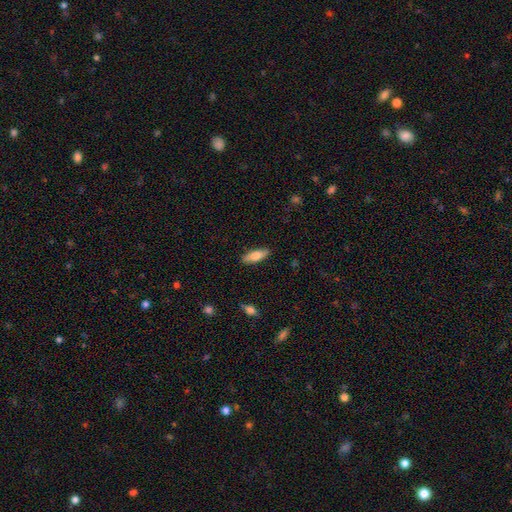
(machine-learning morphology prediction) smooth-or-featured: smooth: 72% | featured or disk: 22% | star or artifact: 6%
  how-rounded: in between: 59% | cigar-shaped: 38% | round: 2%
  merging: none: 88% | minor disturbance: 9% | major disturbance: 2% | merger: 1%